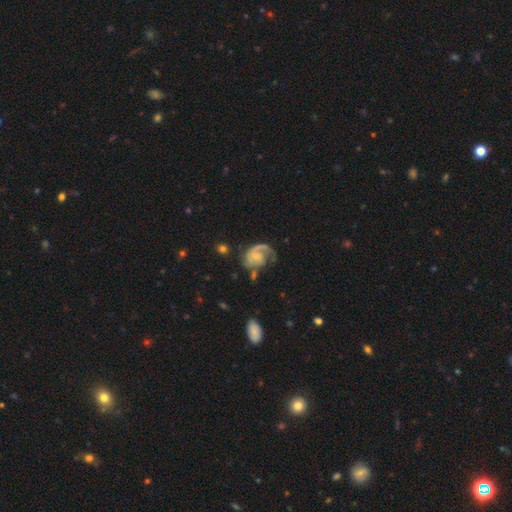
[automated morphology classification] Smooth or featured?
  - featured or disk: 77% *
  - smooth: 17%
  - star or artifact: 6%
Edge-on disk?
  - no: 98% *
  - yes: 2%
Bar?
  - no: 63% *
  - weak: 32%
  - strong: 6%
Spiral arms?
  - yes: 92% *
  - no: 8%
Spiral winding?
  - medium: 41% *
  - tight: 31%
  - loose: 28%
Spiral arm count?
  - 1: 67% *
  - 2: 23%
  - can't tell: 6%
  - 3: 2%
  - 4: 1%
  - more than 4: 1%
Bulge size?
  - small: 49% *
  - none: 24%
  - moderate: 22%
  - large: 4%
  - dominant: 2%
Merging?
  - none: 42% *
  - major disturbance: 30%
  - minor disturbance: 22%
  - merger: 6%